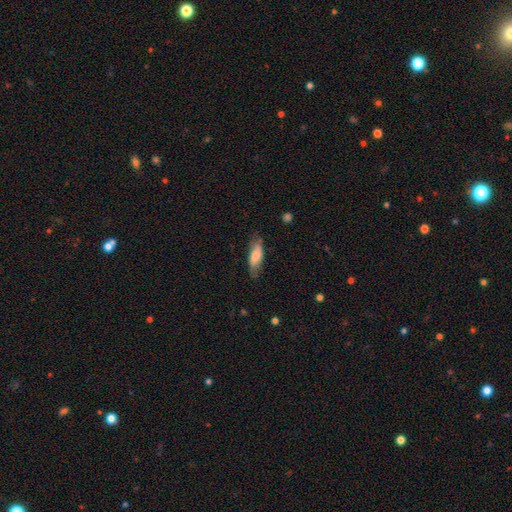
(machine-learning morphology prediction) smooth_or_featured: smooth (p=0.74) [alt: featured or disk p=0.20]
how_rounded: in between (p=0.61) [alt: cigar-shaped p=0.37]
merging: none (p=0.74) [alt: minor disturbance p=0.20]